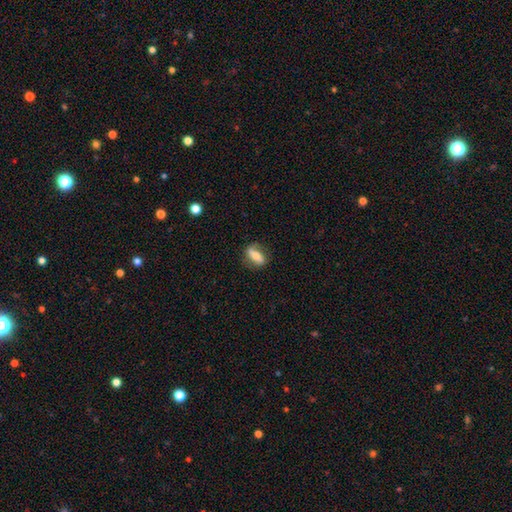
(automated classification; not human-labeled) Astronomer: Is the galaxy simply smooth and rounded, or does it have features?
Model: smooth — 57% (runner-up: featured or disk, 35%).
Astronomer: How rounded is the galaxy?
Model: in between — 73%.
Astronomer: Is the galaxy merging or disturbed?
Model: none — 73%.